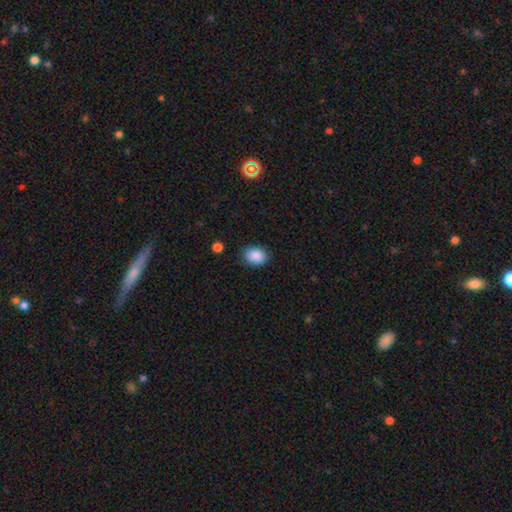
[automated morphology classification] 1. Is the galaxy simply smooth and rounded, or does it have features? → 88% smooth, 8% star or artifact, 4% featured or disk.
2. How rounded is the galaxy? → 63% in between, 36% round, 1% cigar-shaped.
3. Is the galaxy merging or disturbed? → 85% none, 11% minor disturbance, 3% major disturbance, 1% merger.